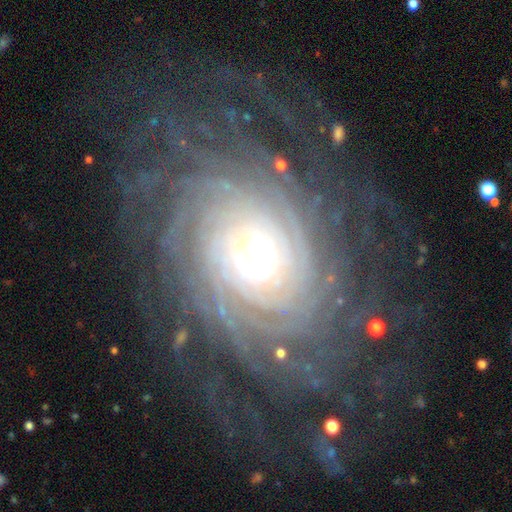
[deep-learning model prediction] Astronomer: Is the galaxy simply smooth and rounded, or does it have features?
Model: featured or disk — 89%.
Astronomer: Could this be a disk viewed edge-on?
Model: no — 97%.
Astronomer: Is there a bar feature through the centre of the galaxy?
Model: no — 73%.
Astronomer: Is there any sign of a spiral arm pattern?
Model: yes — 98%.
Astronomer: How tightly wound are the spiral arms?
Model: tight — 85%.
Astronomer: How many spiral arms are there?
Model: more than 4 — 41% (runner-up: can't tell, 20%).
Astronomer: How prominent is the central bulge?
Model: moderate — 53% (runner-up: small, 35%).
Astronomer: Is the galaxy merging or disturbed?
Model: none — 78%.